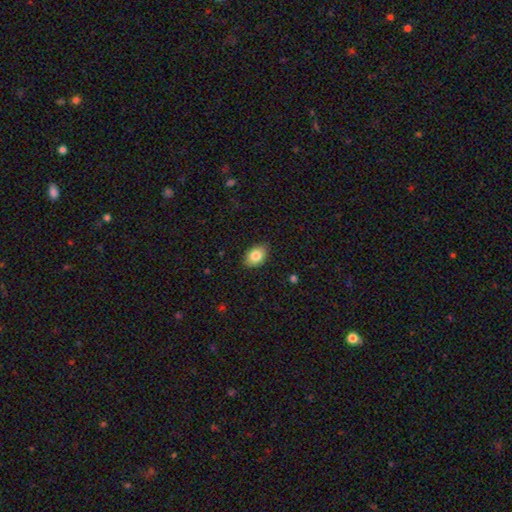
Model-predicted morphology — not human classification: Smooth or featured?
  - smooth: 83% *
  - featured or disk: 9%
  - star or artifact: 8%
How rounded?
  - in between: 82% *
  - round: 17%
  - cigar-shaped: 1%
Merging?
  - none: 86% *
  - minor disturbance: 11%
  - major disturbance: 2%
  - merger: 1%